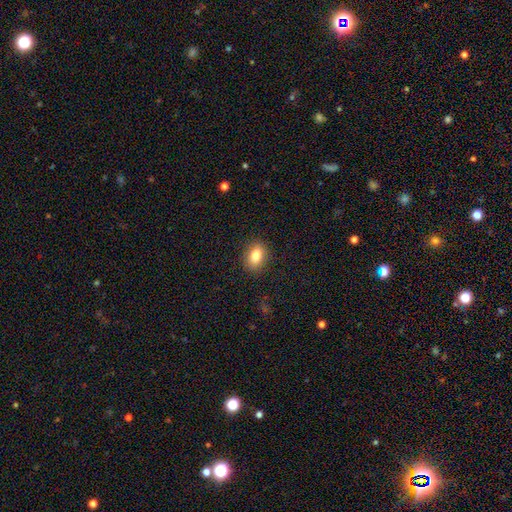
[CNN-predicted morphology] Q: Smooth or featured?
A: smooth (82%); runner-up: featured or disk (9%)
Q: How rounded?
A: in between (78%); runner-up: round (20%)
Q: Merging?
A: none (88%); runner-up: minor disturbance (8%)